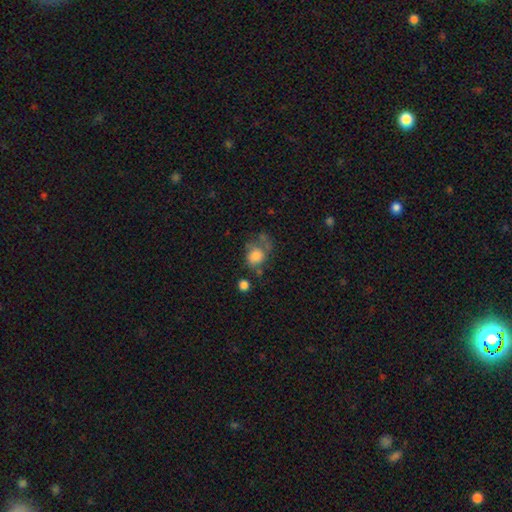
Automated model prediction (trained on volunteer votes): Smooth or featured? Predicted: smooth (p=0.74). How rounded? Predicted: round (p=0.59). Merging? Predicted: none (p=0.33).